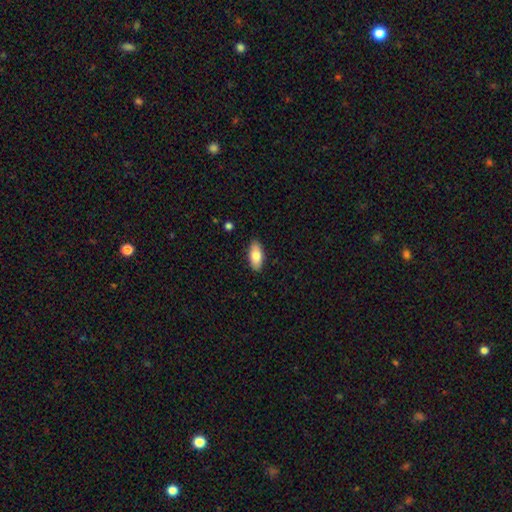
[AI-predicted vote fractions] smooth_or_featured: smooth (p=0.80) [alt: featured or disk p=0.14]
how_rounded: in between (p=0.87) [alt: cigar-shaped p=0.10]
merging: none (p=0.89) [alt: minor disturbance p=0.09]